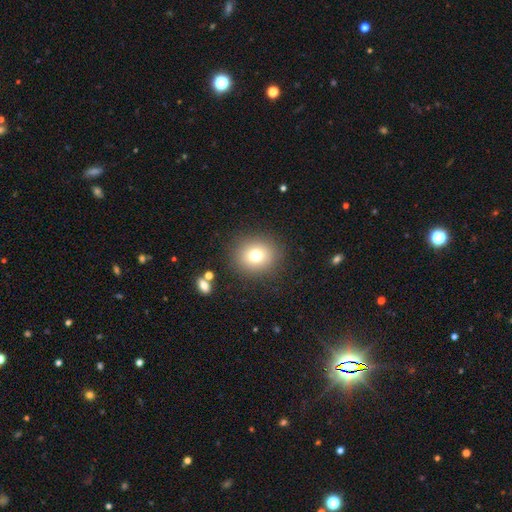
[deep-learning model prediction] The model was most divided on "smooth or featured": smooth: 74%, star or artifact: 14%, featured or disk: 12%. More confident: merging — none (87%); how rounded — round (83%).